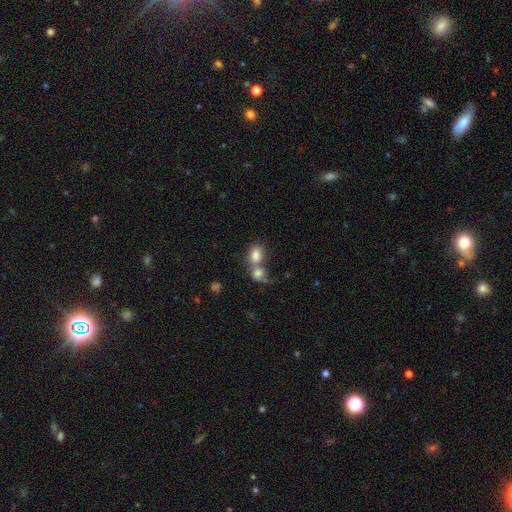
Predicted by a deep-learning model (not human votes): A smooth galaxy with no disk features (81%) that is in between round and cigar-shaped (58%).

Vote fractions:
- Smooth or featured? smooth: 81% / featured or disk: 10% / star or artifact: 9%
- How rounded? in between: 58% / round: 41% / cigar-shaped: 1%
- Merging? merger: 63% / none: 25% / minor disturbance: 7% / major disturbance: 5%